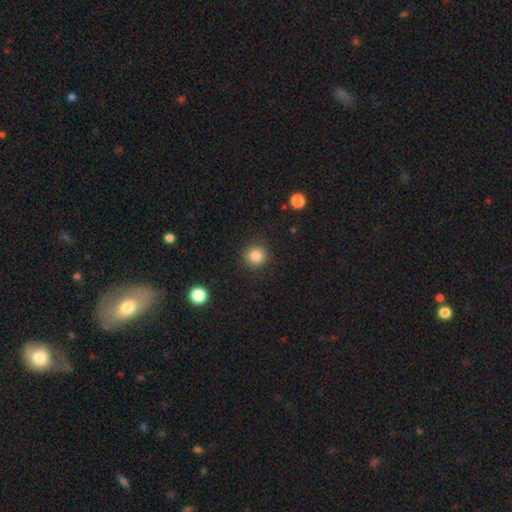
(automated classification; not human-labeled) A smooth galaxy with no disk features (84%) that is round (93%). Merging: none (90%).